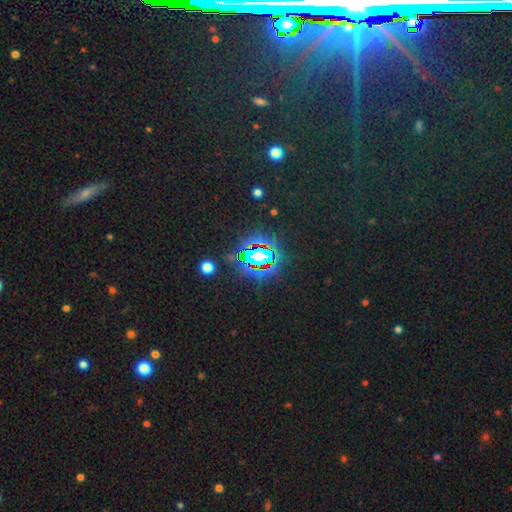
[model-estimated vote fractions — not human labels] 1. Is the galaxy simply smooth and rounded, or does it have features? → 81% star or artifact, 11% smooth, 8% featured or disk.